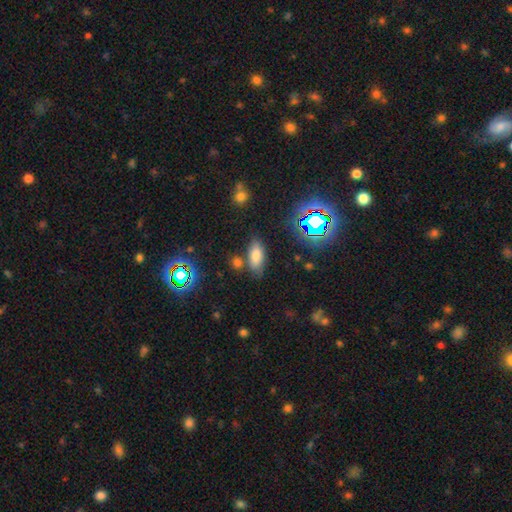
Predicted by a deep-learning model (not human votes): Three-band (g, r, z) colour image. It shows a smooth galaxy with no disk features (74%) that is in between round and cigar-shaped (84%). Merging: none (73%).